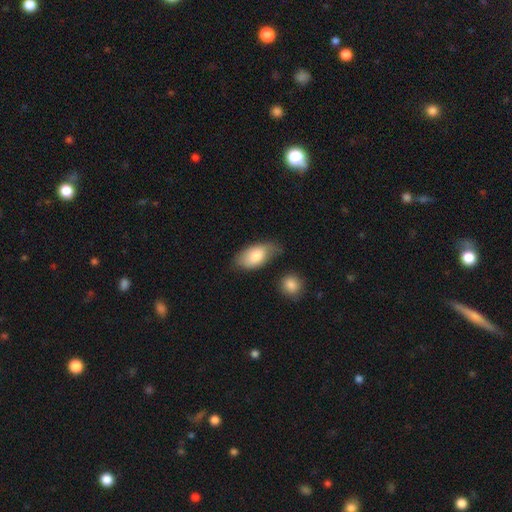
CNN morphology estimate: This is likely a smooth galaxy (80%). How rounded: clearly in between (93%). Merging: possibly none (55%).